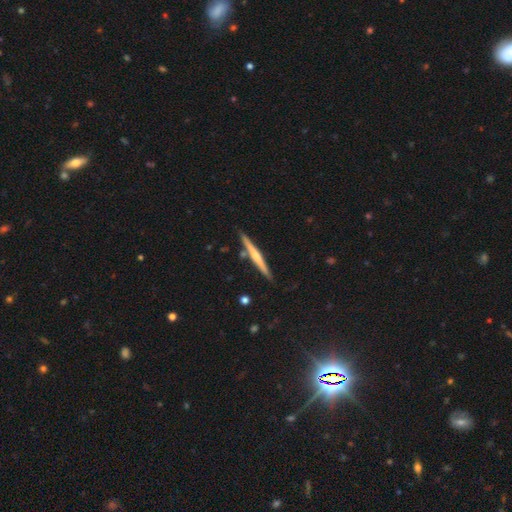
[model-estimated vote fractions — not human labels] Q: Smooth or featured?
A: featured or disk (58%); runner-up: smooth (36%)
Q: Edge-on disk?
A: yes (98%); runner-up: no (2%)
Q: Edge-on bulge?
A: rounded (52%); runner-up: none (39%)
Q: Merging?
A: none (85%); runner-up: minor disturbance (9%)